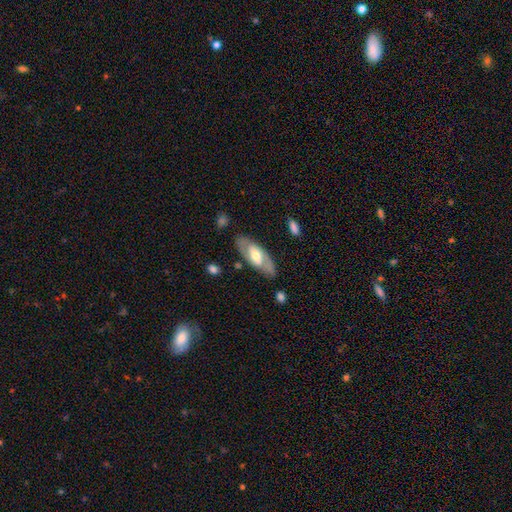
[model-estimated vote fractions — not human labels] smooth-or-featured: featured or disk: 63% | smooth: 32% | star or artifact: 5%
  disk-edge-on: no: 85% | yes: 15%
    bar: no: 40% | weak: 37% | strong: 24%
    has-spiral-arms: yes: 61% | no: 39%
    bulge-size: moderate: 63% | small: 25% | large: 10% | none: 1% | dominant: 1%
  merging: none: 80% | minor disturbance: 14% | major disturbance: 4% | merger: 2%